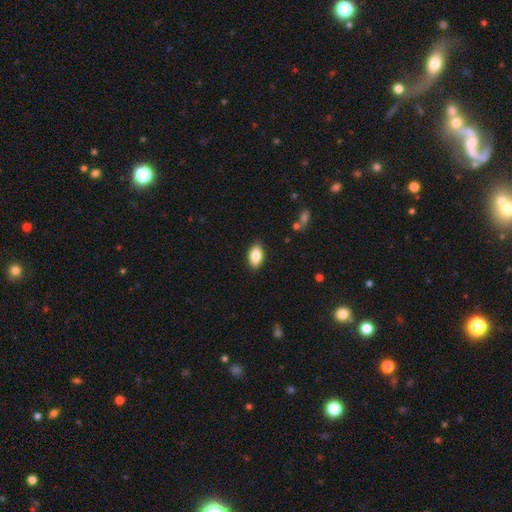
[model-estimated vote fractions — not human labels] Q: Smooth or featured?
A: smooth (86%); runner-up: featured or disk (7%)
Q: How rounded?
A: in between (92%); runner-up: round (5%)
Q: Merging?
A: none (86%); runner-up: minor disturbance (11%)